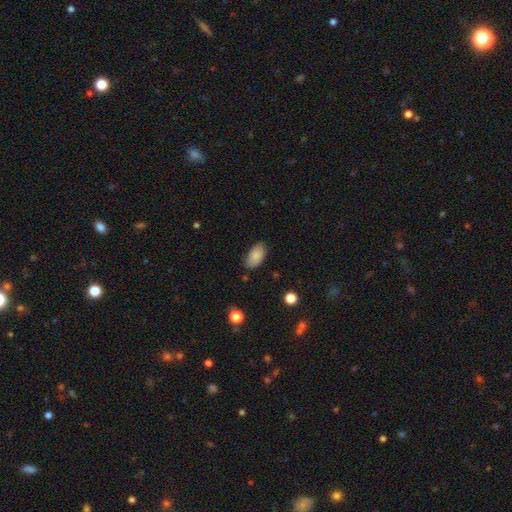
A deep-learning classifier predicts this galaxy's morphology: This appears to be a smooth galaxy with no disk features (86%) that is in between round and cigar-shaped (94%). Merging: none (78%).